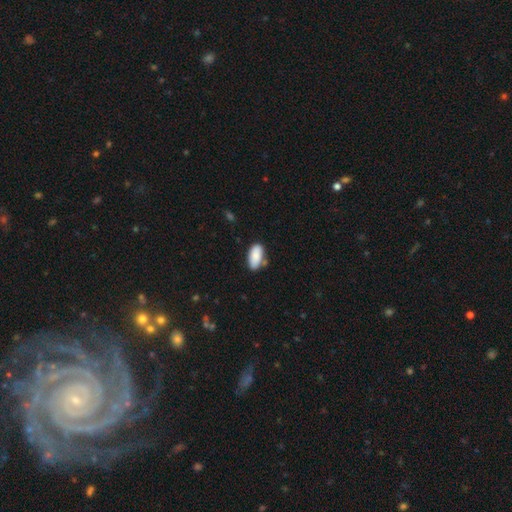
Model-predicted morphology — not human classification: This is clearly a smooth galaxy (87%). How rounded: clearly in between (93%). Merging: likely none (74%).